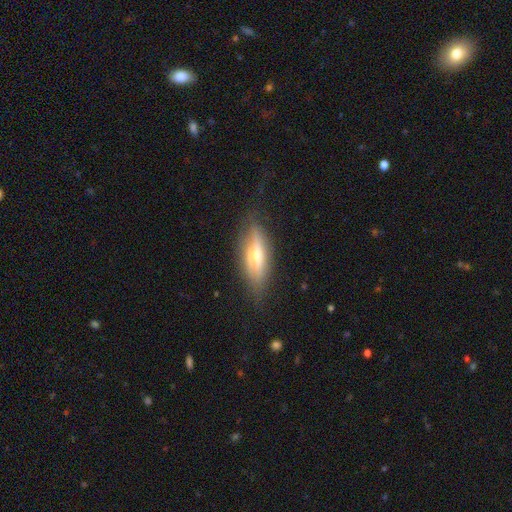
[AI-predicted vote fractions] A featured or disk galaxy (63%) viewed edge-on (84%) with a rounded central bulge (84%).

Vote fractions:
- Smooth or featured? featured or disk: 63% / smooth: 30% / star or artifact: 7%
- Edge-on disk? yes: 84% / no: 16%
- Edge-on bulge? rounded: 84% / boxy: 9% / none: 8%
- Merging? none: 76% / minor disturbance: 17% / major disturbance: 5% / merger: 1%